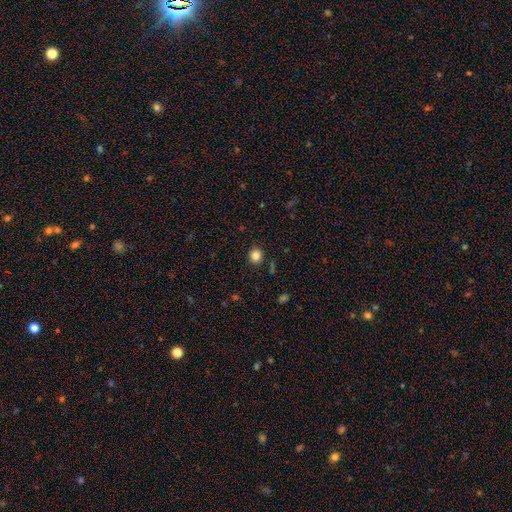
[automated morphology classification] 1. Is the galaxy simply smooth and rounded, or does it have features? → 83% smooth, 12% star or artifact, 5% featured or disk.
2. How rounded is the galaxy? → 81% round, 18% in between, 1% cigar-shaped.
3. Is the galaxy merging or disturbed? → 89% none, 7% minor disturbance, 2% major disturbance, 2% merger.